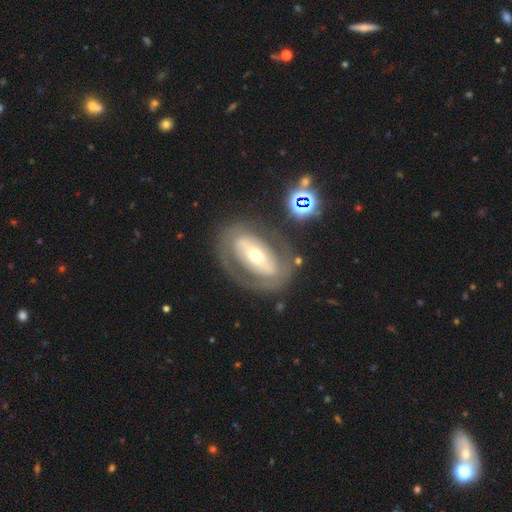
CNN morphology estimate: featured or disk 69%, smooth 24%, star or artifact 7%. Down the decision tree: edge-on disk — no (91%); bar — strong (43%); spiral arms — no (60%); bulge size — moderate (56%); merging — none (72%).